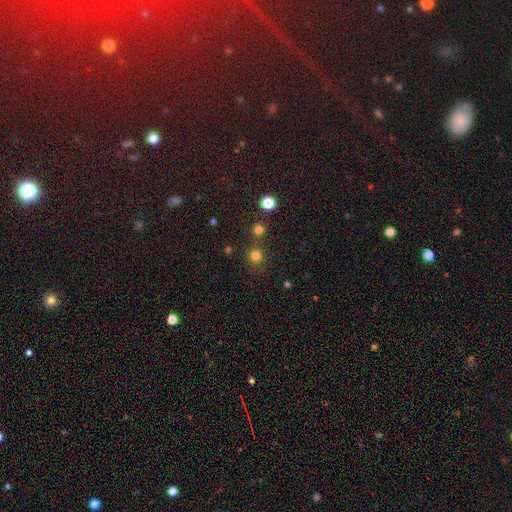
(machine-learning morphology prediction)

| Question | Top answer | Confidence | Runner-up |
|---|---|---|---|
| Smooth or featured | smooth | 75% | star or artifact (19%) |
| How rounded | round | 92% | in between (7%) |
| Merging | none | 76% | merger (13%) |